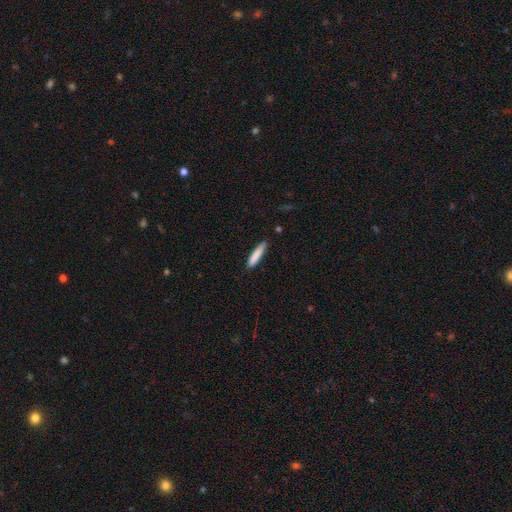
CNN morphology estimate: This is clearly a smooth galaxy (84%). How rounded: clearly cigar-shaped (90%). Merging: clearly none (87%).